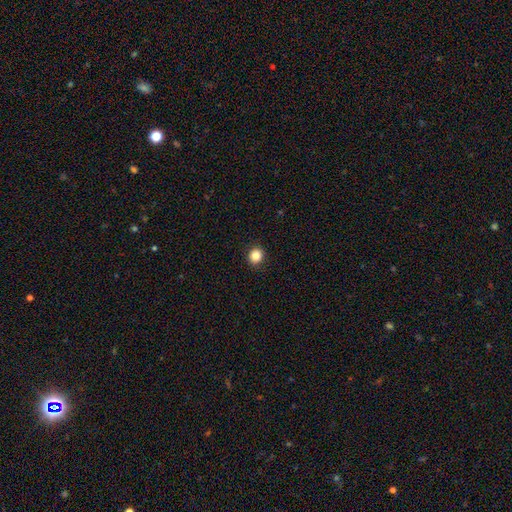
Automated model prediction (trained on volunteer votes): A smooth galaxy with no disk features (84%) that is round (83%).

Vote fractions:
- Smooth or featured? smooth: 84% / star or artifact: 11% / featured or disk: 5%
- How rounded? round: 83% / in between: 17% / cigar-shaped: 1%
- Merging? none: 91% / minor disturbance: 6% / major disturbance: 2% / merger: 1%